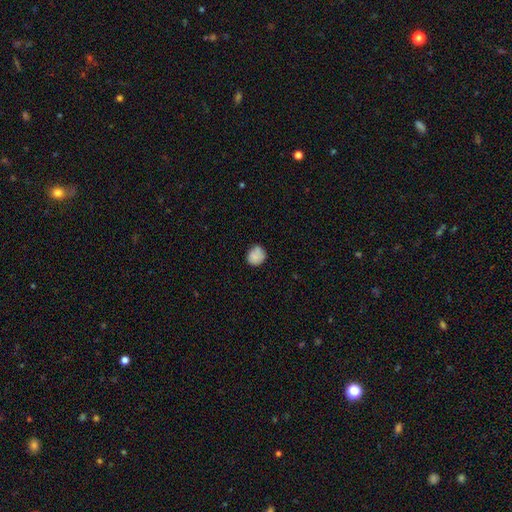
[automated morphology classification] Smooth or featured: smooth — 83% (star or artifact — 9%)
How rounded: round — 76% (in between — 23%)
Merging: none — 69% (minor disturbance — 23%)